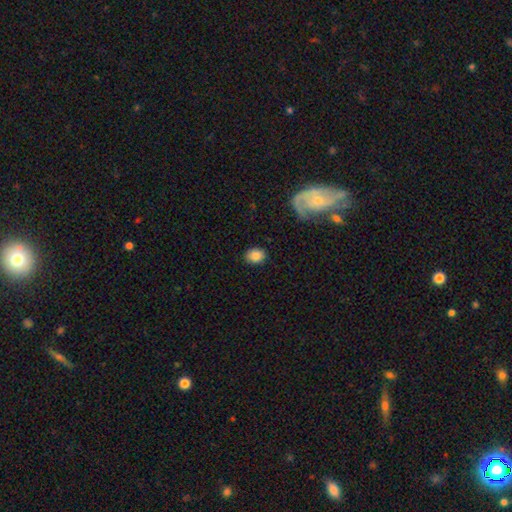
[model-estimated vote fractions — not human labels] smooth-or-featured: smooth: 85% | star or artifact: 8% | featured or disk: 7%
  how-rounded: in between: 58% | round: 41% | cigar-shaped: 1%
  merging: none: 86% | minor disturbance: 10% | major disturbance: 3% | merger: 1%